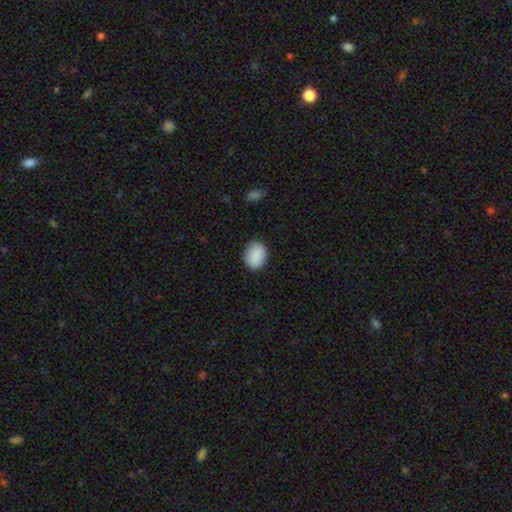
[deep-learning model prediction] This appears to be a smooth galaxy with no disk features (89%) that is in between round and cigar-shaped (50%). Merging: none (87%).